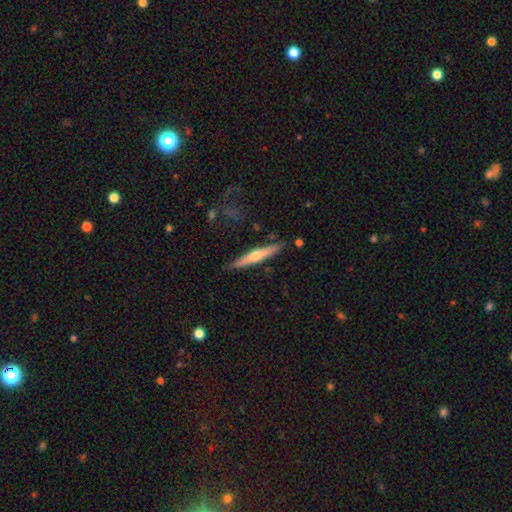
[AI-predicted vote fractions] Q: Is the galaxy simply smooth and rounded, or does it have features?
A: featured or disk — 53%.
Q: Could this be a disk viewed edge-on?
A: yes — 95%.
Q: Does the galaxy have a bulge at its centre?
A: rounded — 85%.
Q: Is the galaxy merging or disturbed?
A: none — 86%.